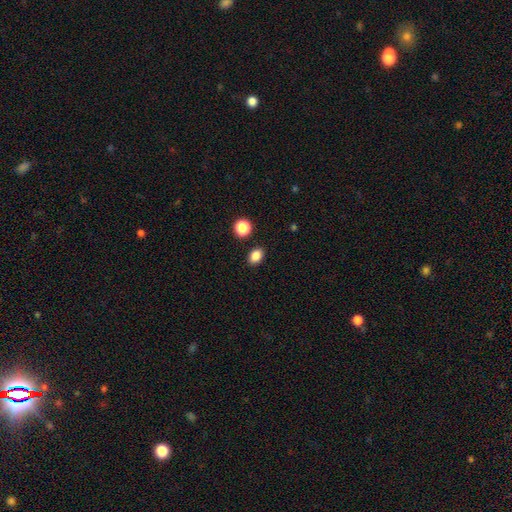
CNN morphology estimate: Smooth or featured?
  - smooth: 85% *
  - star or artifact: 11%
  - featured or disk: 4%
How rounded?
  - in between: 67% *
  - round: 32%
  - cigar-shaped: 1%
Merging?
  - none: 87% *
  - minor disturbance: 8%
  - merger: 3%
  - major disturbance: 2%